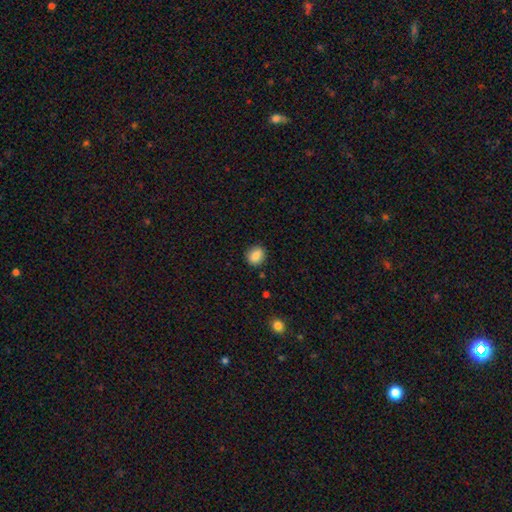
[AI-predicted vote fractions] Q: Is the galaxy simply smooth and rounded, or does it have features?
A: smooth — 86%.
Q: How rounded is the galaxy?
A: round — 65%.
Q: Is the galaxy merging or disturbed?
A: none — 87%.